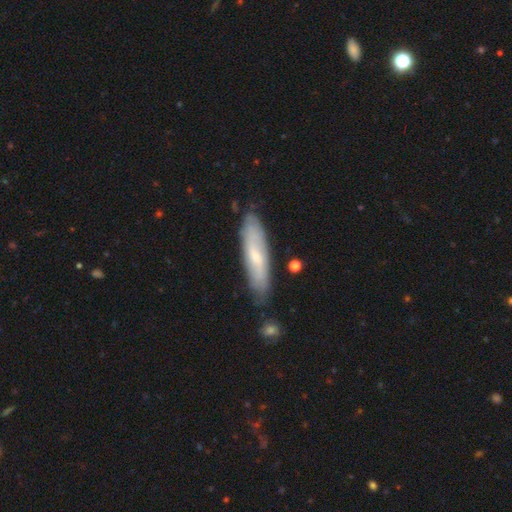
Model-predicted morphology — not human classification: Smooth or featured? smooth (48%)
Merging? none (78%)